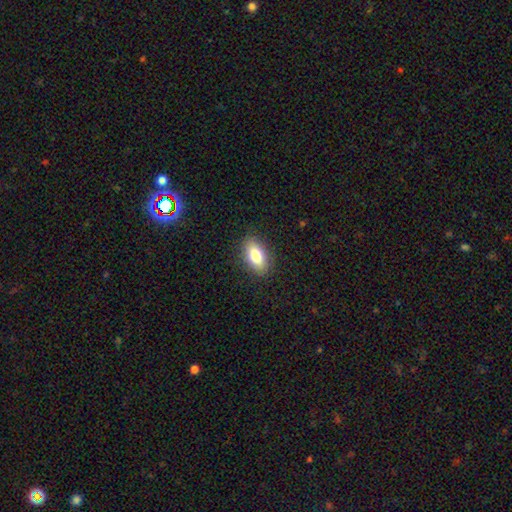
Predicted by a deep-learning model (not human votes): Morphology: type=smooth (80%); roundness=in between (89%); merging=none (88%).